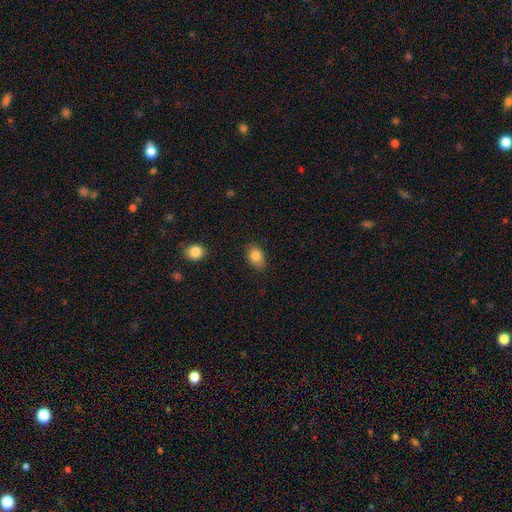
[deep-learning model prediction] smooth_or_featured: smooth (p=0.84) [alt: star or artifact p=0.09]
how_rounded: in between (p=0.74) [alt: round p=0.25]
merging: none (p=0.82) [alt: minor disturbance p=0.14]